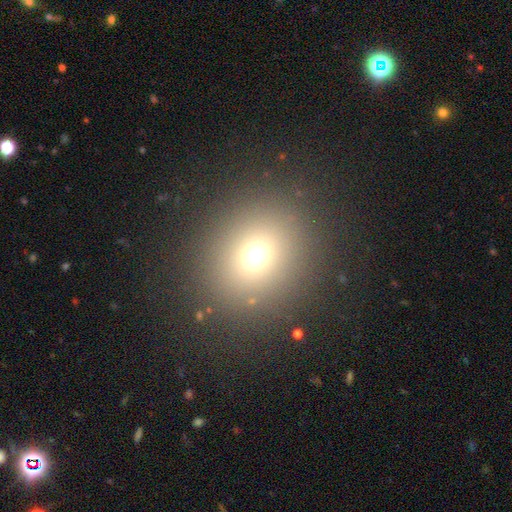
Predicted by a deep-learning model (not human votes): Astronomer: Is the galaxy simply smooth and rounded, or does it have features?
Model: smooth — 68%.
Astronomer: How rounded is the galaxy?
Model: round — 79%.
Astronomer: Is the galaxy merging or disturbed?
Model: none — 88%.